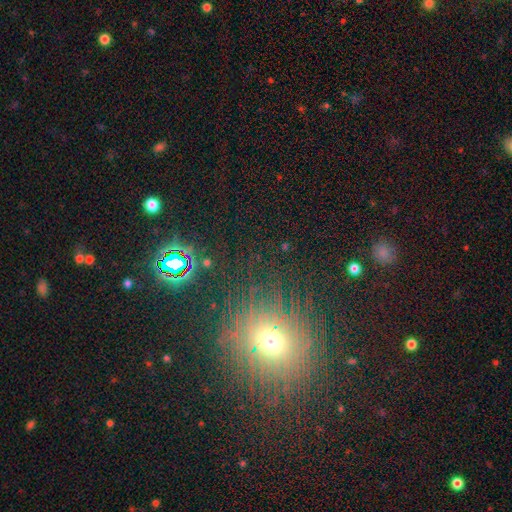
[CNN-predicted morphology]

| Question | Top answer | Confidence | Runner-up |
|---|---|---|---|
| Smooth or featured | star or artifact | 45% | smooth (44%) |